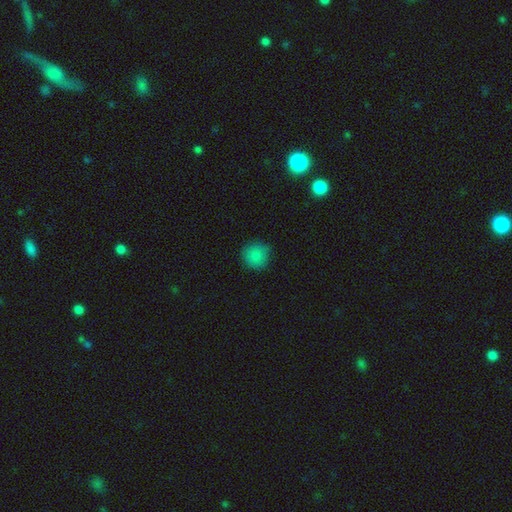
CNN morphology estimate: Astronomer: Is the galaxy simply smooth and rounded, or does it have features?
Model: smooth — 85%.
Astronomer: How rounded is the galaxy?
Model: round — 93%.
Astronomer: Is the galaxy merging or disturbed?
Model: none — 85%.